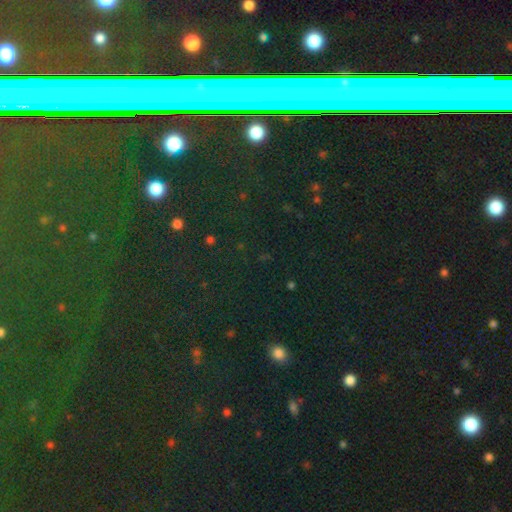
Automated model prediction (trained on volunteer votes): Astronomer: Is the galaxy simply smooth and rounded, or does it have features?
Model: star or artifact — 76%.